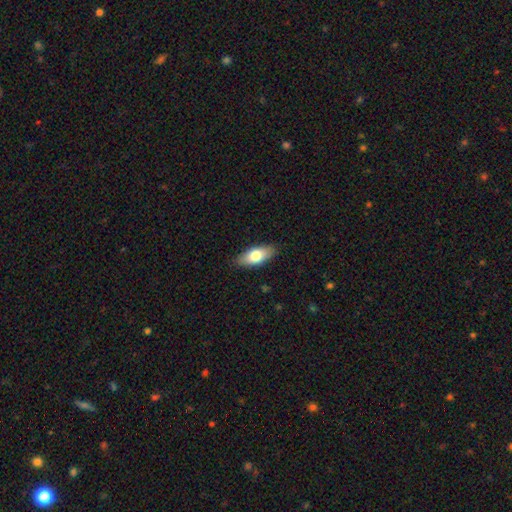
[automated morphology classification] This is likely a smooth galaxy (73%). How rounded: clearly in between (82%). Merging: clearly none (87%).